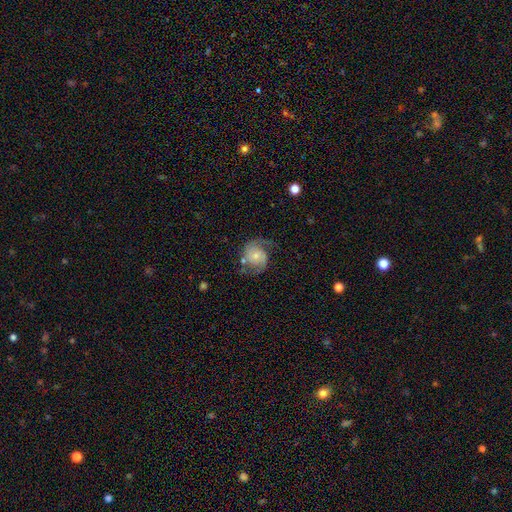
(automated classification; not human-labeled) Smooth or featured?
  - featured or disk: 78% *
  - smooth: 15%
  - star or artifact: 7%
Edge-on disk?
  - no: 98% *
  - yes: 2%
Bar?
  - no: 70% *
  - weak: 26%
  - strong: 5%
Spiral arms?
  - yes: 95% *
  - no: 5%
Spiral winding?
  - medium: 47% *
  - loose: 34%
  - tight: 19%
Spiral arm count?
  - 2: 88% *
  - can't tell: 4%
  - 1: 4%
  - 3: 2%
  - 4: 1%
  - more than 4: 1%
Bulge size?
  - small: 49% *
  - moderate: 40%
  - large: 5%
  - none: 4%
  - dominant: 2%
Merging?
  - none: 63% *
  - minor disturbance: 20%
  - major disturbance: 14%
  - merger: 4%